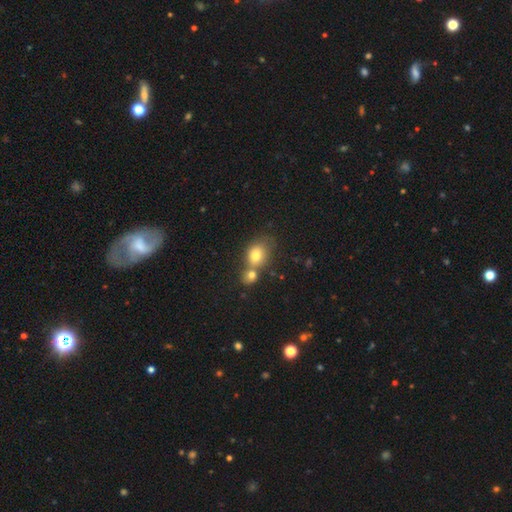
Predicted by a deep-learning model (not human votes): This is likely a smooth galaxy (77%). How rounded: possibly in between (50%). Merging: possibly merger (50%).